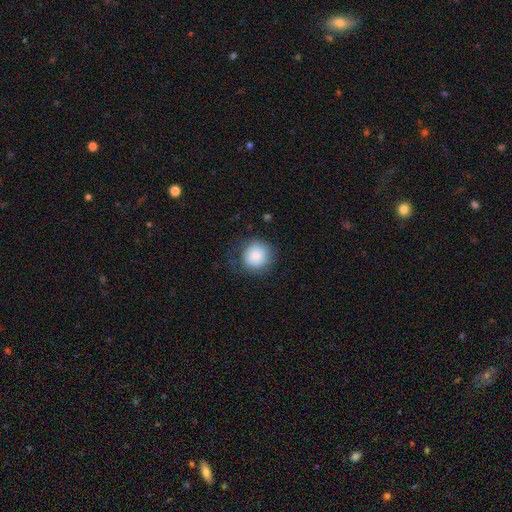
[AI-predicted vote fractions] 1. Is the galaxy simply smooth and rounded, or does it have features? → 83% smooth, 9% featured or disk, 8% star or artifact.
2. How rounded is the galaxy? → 87% round, 12% in between, 1% cigar-shaped.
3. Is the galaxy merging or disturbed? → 69% none, 20% minor disturbance, 10% major disturbance, 1% merger.